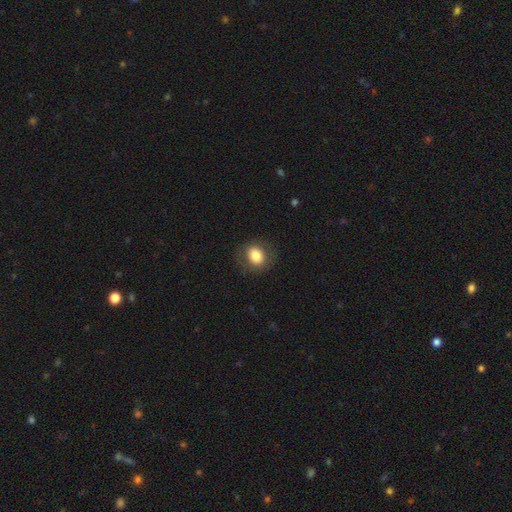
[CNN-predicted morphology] A smooth galaxy with no disk features (79%) that is round (60%).

Vote fractions:
- Smooth or featured? smooth: 79% / featured or disk: 12% / star or artifact: 9%
- How rounded? round: 60% / in between: 39% / cigar-shaped: 1%
- Merging? none: 82% / minor disturbance: 11% / major disturbance: 5% / merger: 1%